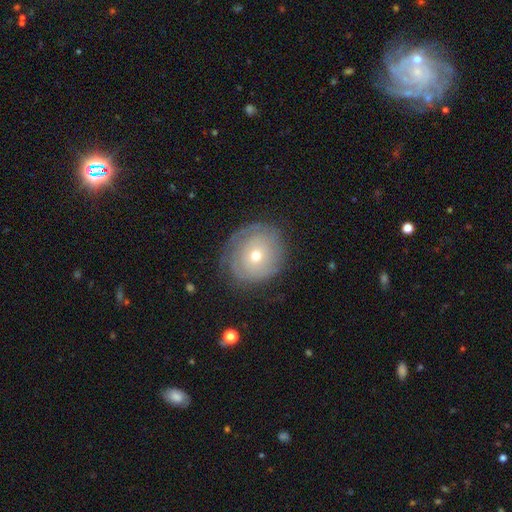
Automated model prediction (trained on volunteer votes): Morphology: type=featured or disk (50%); merging=none (72%).